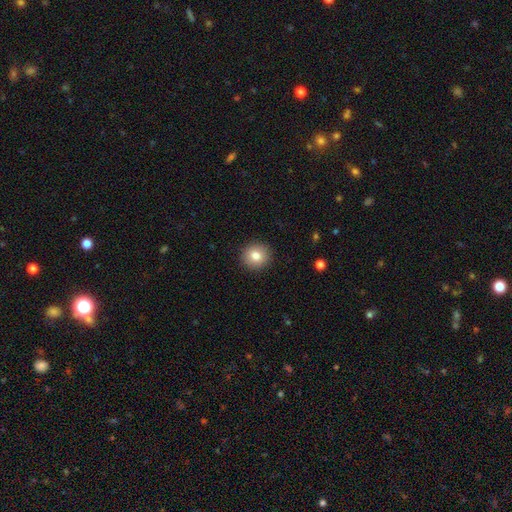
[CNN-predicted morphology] Smooth or featured? smooth (81%)
How rounded? round (91%)
Merging? none (92%)